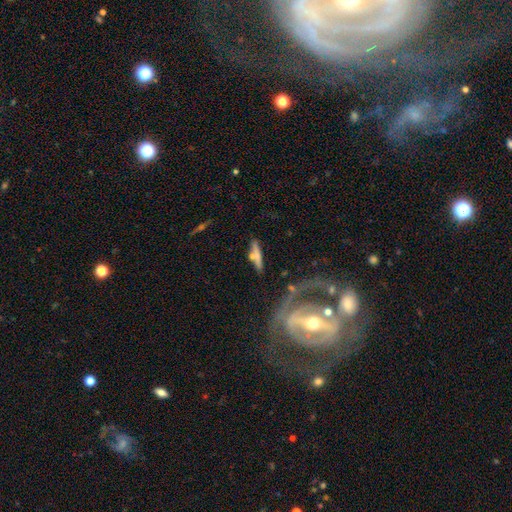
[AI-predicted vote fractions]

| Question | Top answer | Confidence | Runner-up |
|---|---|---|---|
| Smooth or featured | smooth | 55% | featured or disk (38%) |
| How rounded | cigar-shaped | 77% | in between (20%) |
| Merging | none | 61% | minor disturbance (17%) |